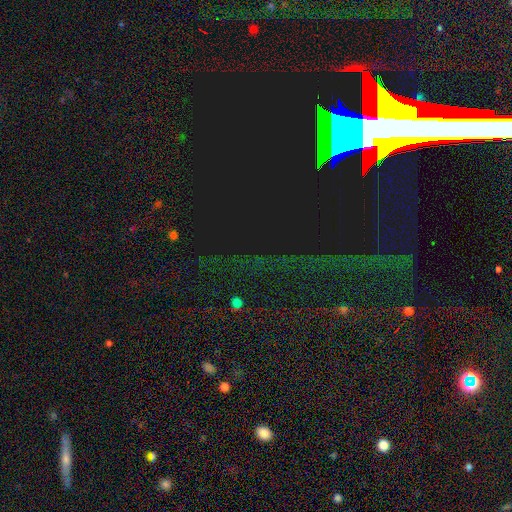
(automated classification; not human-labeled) Overall: star or artifact (77%).